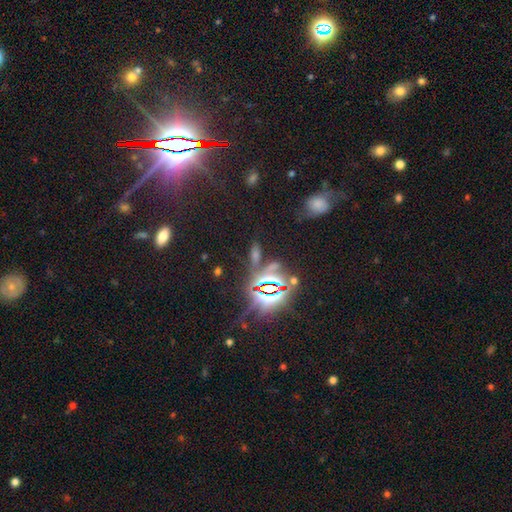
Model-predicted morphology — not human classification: Smooth or featured: star or artifact — 75% (smooth — 14%)